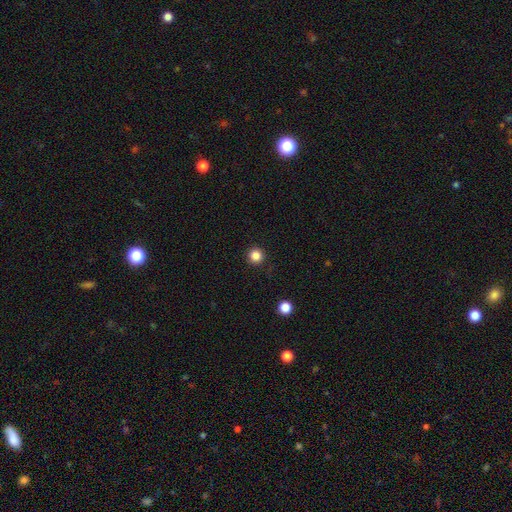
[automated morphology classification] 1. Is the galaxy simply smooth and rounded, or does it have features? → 84% smooth, 12% star or artifact, 4% featured or disk.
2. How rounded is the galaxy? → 96% round, 3% in between, 1% cigar-shaped.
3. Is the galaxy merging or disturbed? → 92% none, 5% minor disturbance, 2% major disturbance, 1% merger.